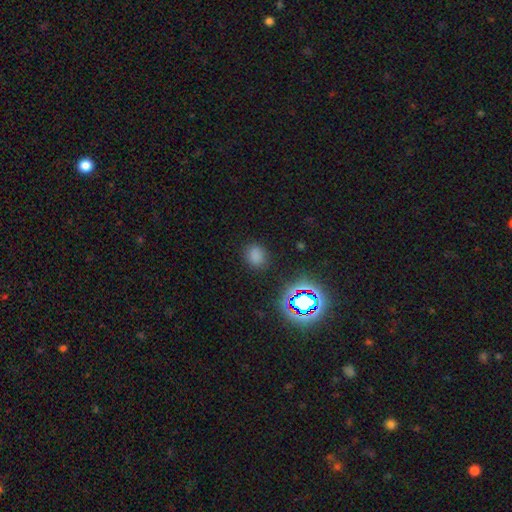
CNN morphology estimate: Q: Smooth or featured?
A: smooth (73%); runner-up: star or artifact (22%)
Q: How rounded?
A: round (59%); runner-up: in between (39%)
Q: Merging?
A: none (84%); runner-up: minor disturbance (11%)